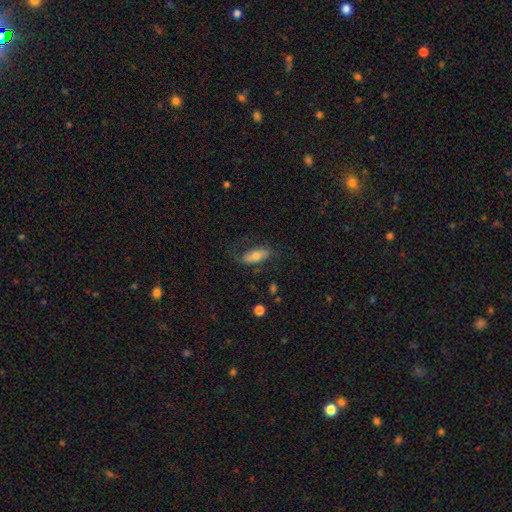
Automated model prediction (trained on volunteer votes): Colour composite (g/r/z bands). It shows a smooth galaxy with no disk features (58%) that is in between round and cigar-shaped (73%). Merging: none (64%).